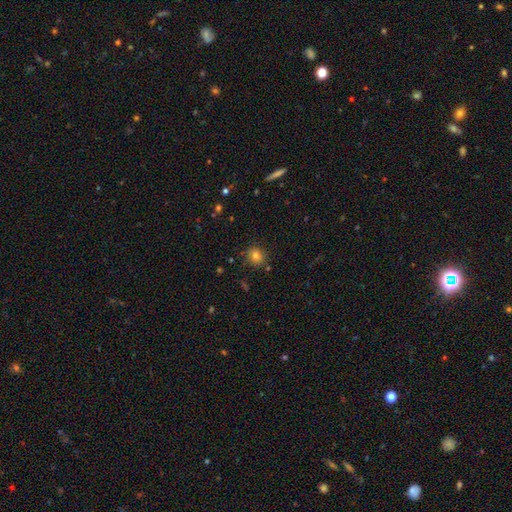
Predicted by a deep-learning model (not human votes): Smooth or featured: smooth — 77% (star or artifact — 15%)
How rounded: round — 82% (in between — 17%)
Merging: none — 83% (minor disturbance — 11%)